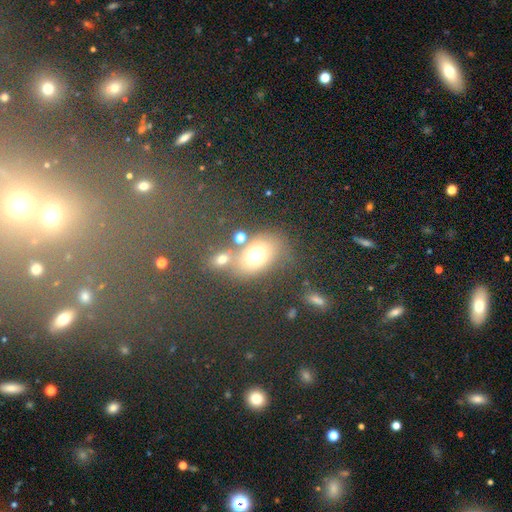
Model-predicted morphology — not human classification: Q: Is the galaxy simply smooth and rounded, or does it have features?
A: smooth — 68%.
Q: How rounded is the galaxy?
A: in between — 69%.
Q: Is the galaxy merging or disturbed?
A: none — 52%.